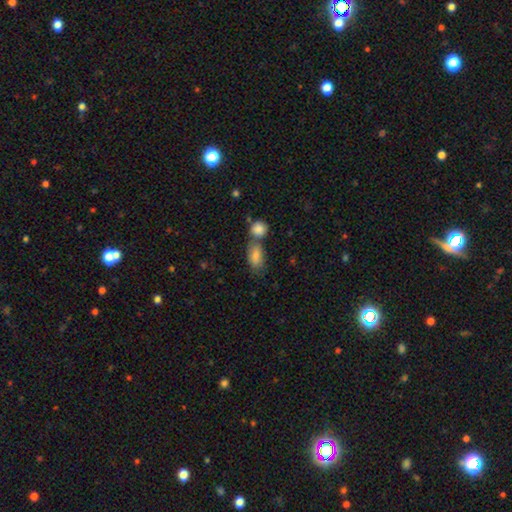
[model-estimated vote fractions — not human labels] Q: Smooth or featured?
A: smooth (81%); runner-up: featured or disk (12%)
Q: How rounded?
A: in between (86%); runner-up: cigar-shaped (7%)
Q: Merging?
A: none (42%); runner-up: merger (38%)